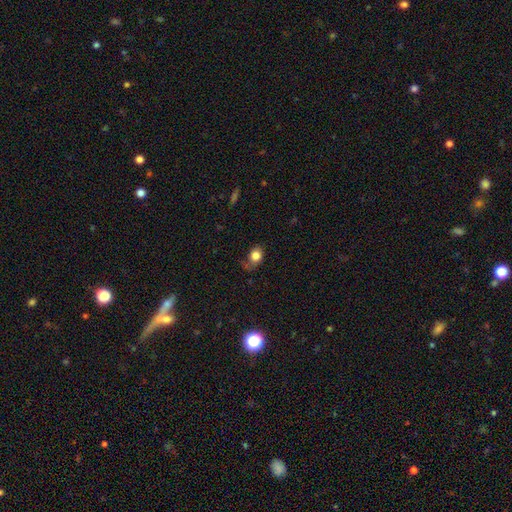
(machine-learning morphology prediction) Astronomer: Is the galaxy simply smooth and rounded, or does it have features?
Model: smooth — 78%.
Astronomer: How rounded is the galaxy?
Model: in between — 53% (runner-up: round, 46%).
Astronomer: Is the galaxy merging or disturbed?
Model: none — 46% (runner-up: minor disturbance, 28%).